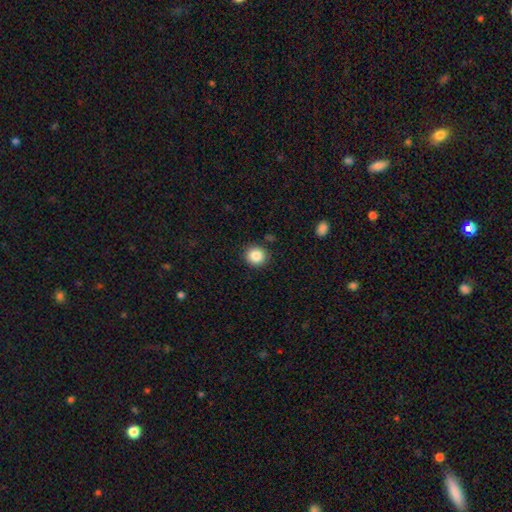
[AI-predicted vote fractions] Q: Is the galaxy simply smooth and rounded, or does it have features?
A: smooth — 87%.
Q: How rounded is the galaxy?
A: round — 88%.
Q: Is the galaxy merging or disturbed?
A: none — 88%.